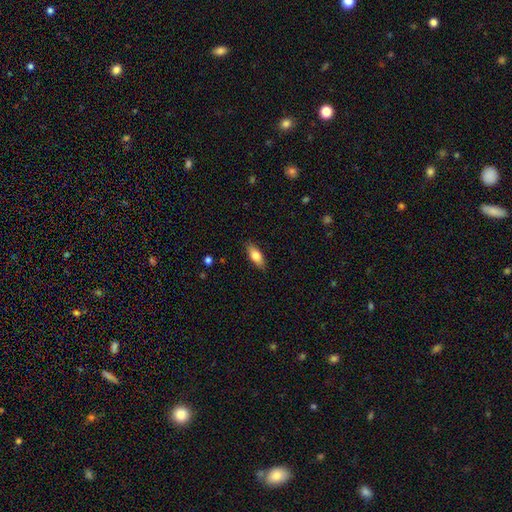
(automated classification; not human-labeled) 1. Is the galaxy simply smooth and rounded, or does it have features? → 75% smooth, 18% featured or disk, 7% star or artifact.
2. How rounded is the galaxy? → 76% in between, 21% cigar-shaped, 3% round.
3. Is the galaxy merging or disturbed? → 87% none, 10% minor disturbance, 2% major disturbance, 1% merger.